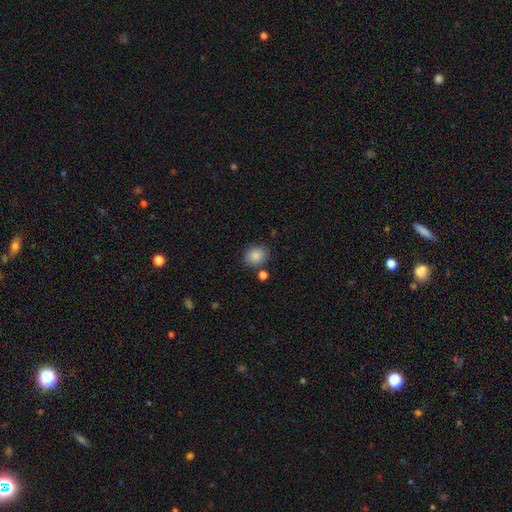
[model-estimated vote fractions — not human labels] Smooth or featured? smooth (86%)
How rounded? round (63%)
Merging? none (80%)